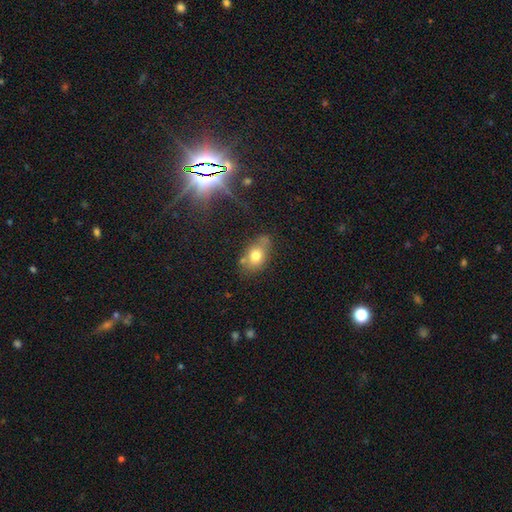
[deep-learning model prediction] smooth 74%, featured or disk 15%, star or artifact 11%. Down the decision tree: how rounded — in between (74%); merging — none (62%).